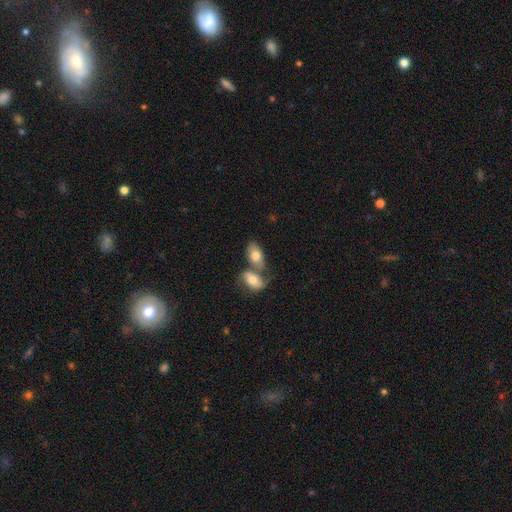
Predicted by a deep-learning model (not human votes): Morphology: type=smooth (73%); roundness=in between (91%); merging=merger (60%).